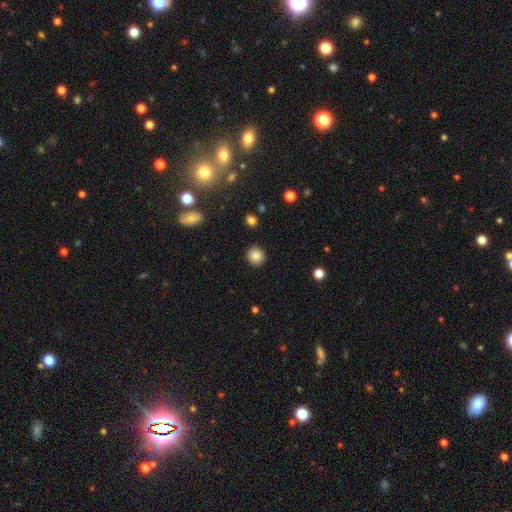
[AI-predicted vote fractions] A smooth galaxy with no disk features (86%) that is round (91%). Merging: none (91%).